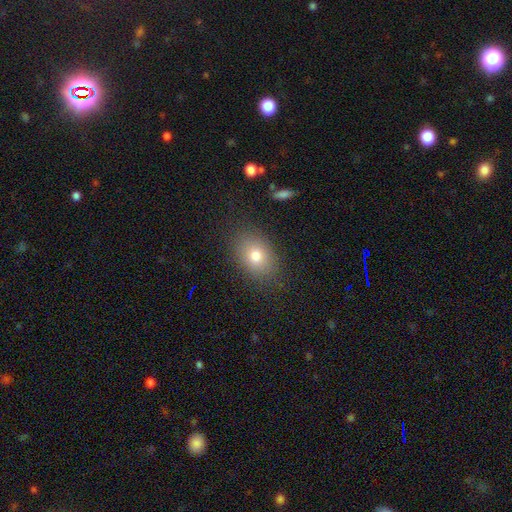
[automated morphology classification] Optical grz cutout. It shows a smooth galaxy with no disk features (76%) that is in between round and cigar-shaped (73%). Merging: none (84%).